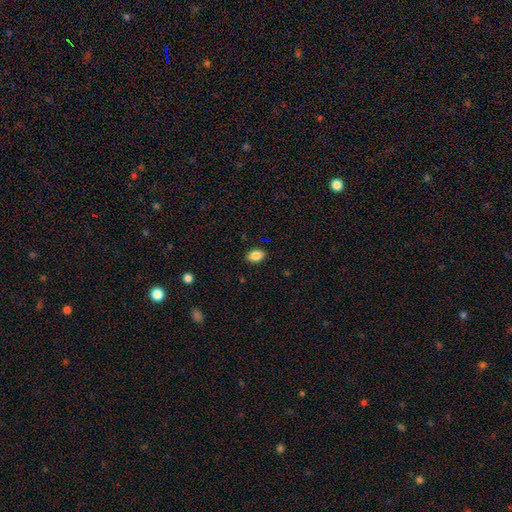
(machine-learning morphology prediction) Smooth or featured? smooth (86%)
How rounded? in between (86%)
Merging? none (88%)